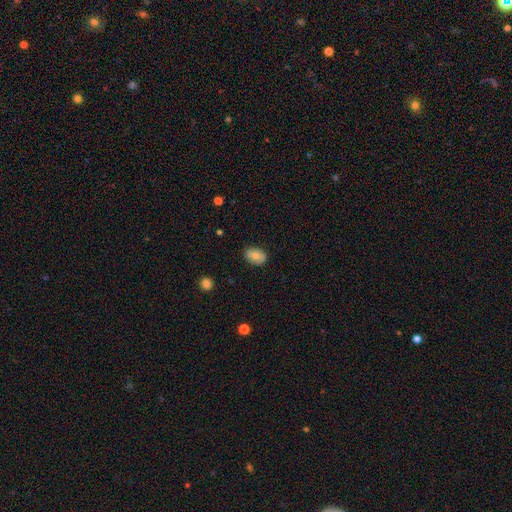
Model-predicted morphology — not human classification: Smooth or featured? smooth (72%)
How rounded? in between (81%)
Merging? none (83%)